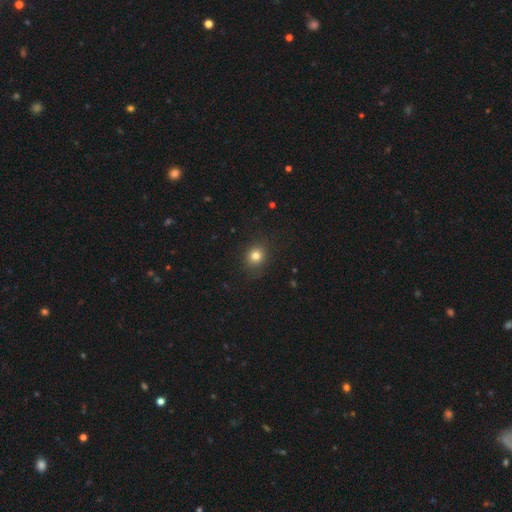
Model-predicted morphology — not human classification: smooth_or_featured: smooth (p=0.80) [alt: star or artifact p=0.13]
how_rounded: round (p=0.71) [alt: in between p=0.28]
merging: none (p=0.85) [alt: minor disturbance p=0.11]